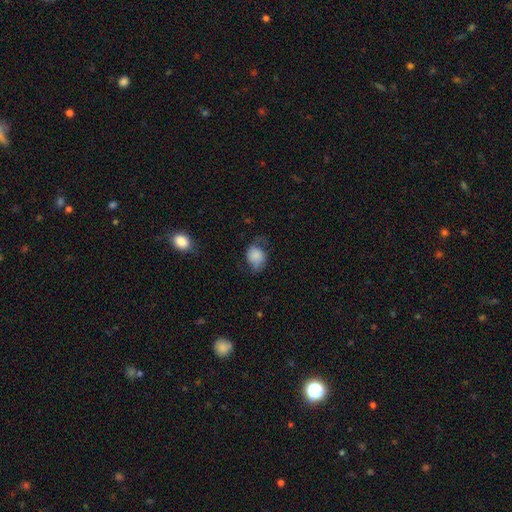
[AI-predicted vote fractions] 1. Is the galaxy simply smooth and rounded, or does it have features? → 71% smooth, 19% featured or disk, 9% star or artifact.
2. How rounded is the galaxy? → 51% in between, 48% round, 1% cigar-shaped.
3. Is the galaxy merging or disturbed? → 48% none, 31% minor disturbance, 20% major disturbance, 2% merger.